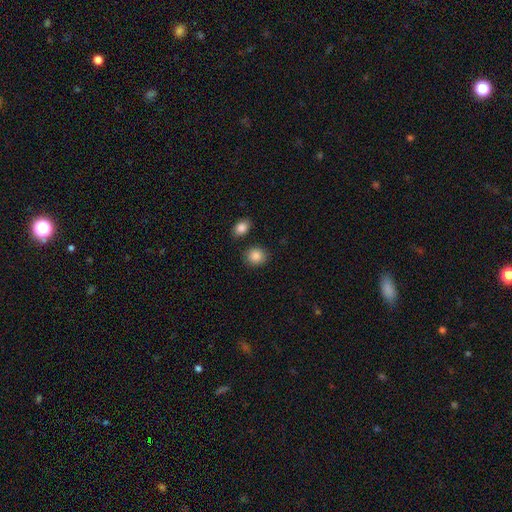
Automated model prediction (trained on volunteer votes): Morphology: type=smooth (87%); roundness=round (76%); merging=none (83%).